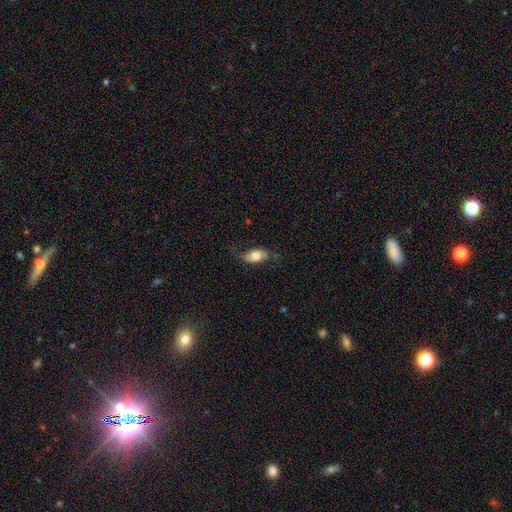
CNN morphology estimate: type=smooth (66%); roundness=in between (90%); merging=none (64%).